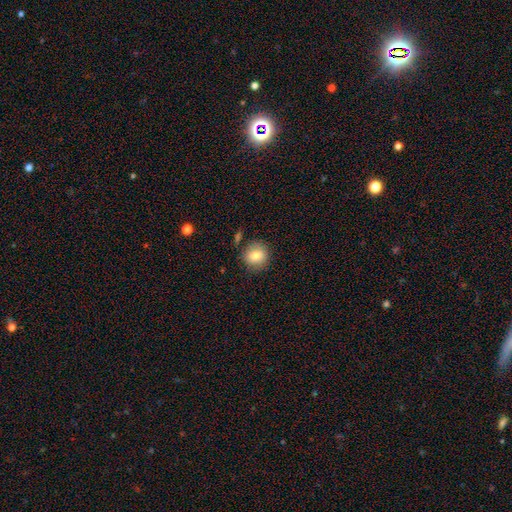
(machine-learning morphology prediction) Smooth or featured?
  - smooth: 81% *
  - featured or disk: 10%
  - star or artifact: 9%
How rounded?
  - round: 89% *
  - in between: 10%
  - cigar-shaped: 1%
Merging?
  - none: 81% *
  - minor disturbance: 11%
  - merger: 4%
  - major disturbance: 3%